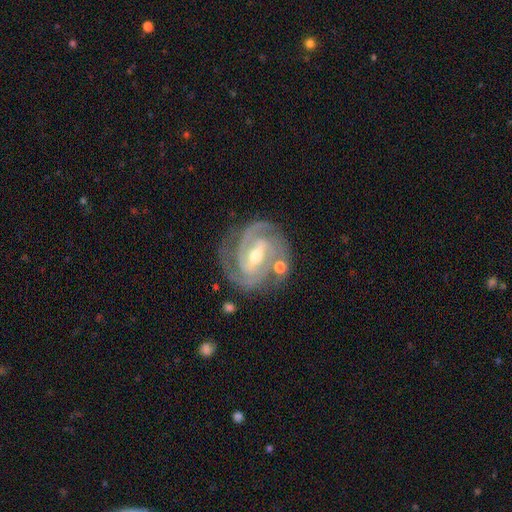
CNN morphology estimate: The model was most divided on "bar": strong: 51%, weak: 38%, no: 11%. Remaining: spiral arms — yes (98%); edge-on disk — no (97%); smooth or featured — featured or disk (92%); merging — none (75%); spiral winding — tight (67%); bulge size — moderate (58%); spiral arm count — 2 (49%).